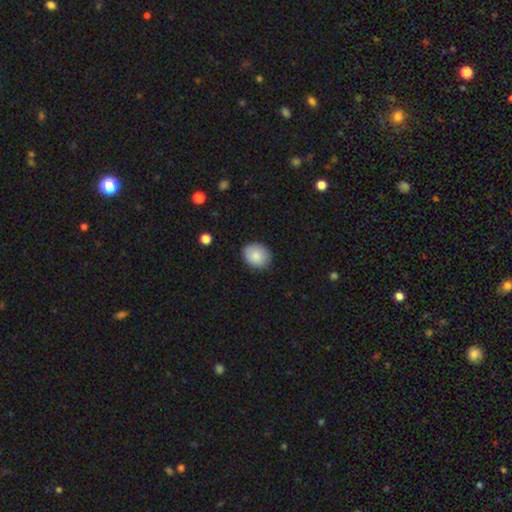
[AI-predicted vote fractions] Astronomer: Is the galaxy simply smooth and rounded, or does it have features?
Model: smooth — 86%.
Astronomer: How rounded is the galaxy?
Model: round — 55% (runner-up: in between, 44%).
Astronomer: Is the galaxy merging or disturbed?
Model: none — 86%.